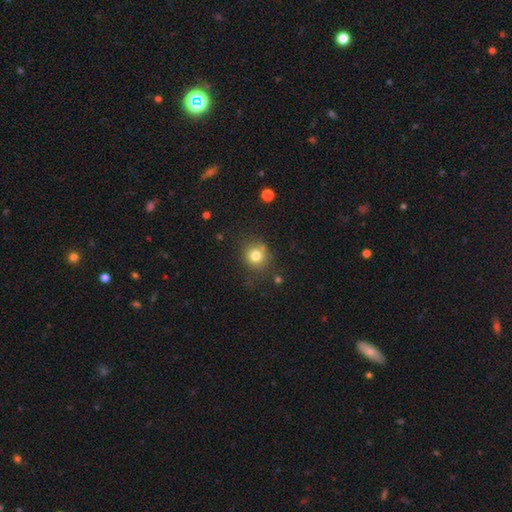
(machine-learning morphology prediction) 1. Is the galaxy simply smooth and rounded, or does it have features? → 78% smooth, 13% star or artifact, 9% featured or disk.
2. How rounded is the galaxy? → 87% round, 12% in between, 1% cigar-shaped.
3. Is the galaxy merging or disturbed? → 75% none, 15% minor disturbance, 5% major disturbance, 5% merger.